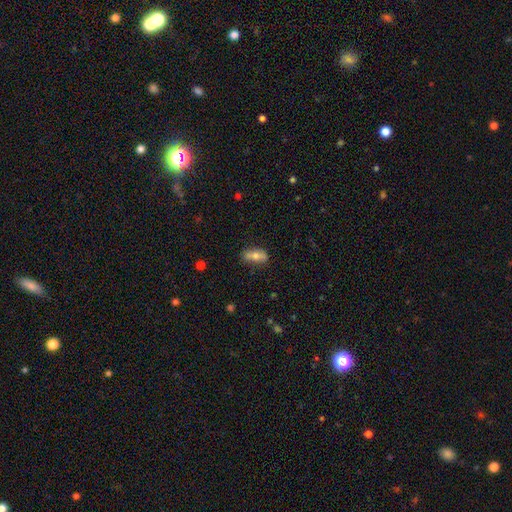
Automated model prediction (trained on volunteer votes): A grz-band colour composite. It shows a smooth galaxy with no disk features (60%) that is in between round and cigar-shaped (75%). Merging: none (77%).